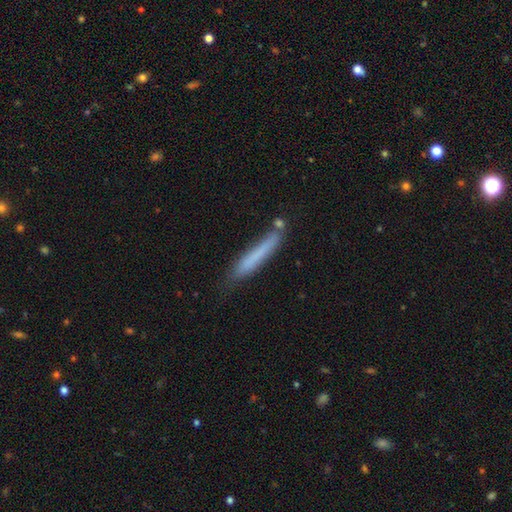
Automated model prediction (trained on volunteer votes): Smooth or featured? Predicted: smooth (p=0.69). How rounded? Predicted: cigar-shaped (p=0.95). Merging? Predicted: none (p=0.72).